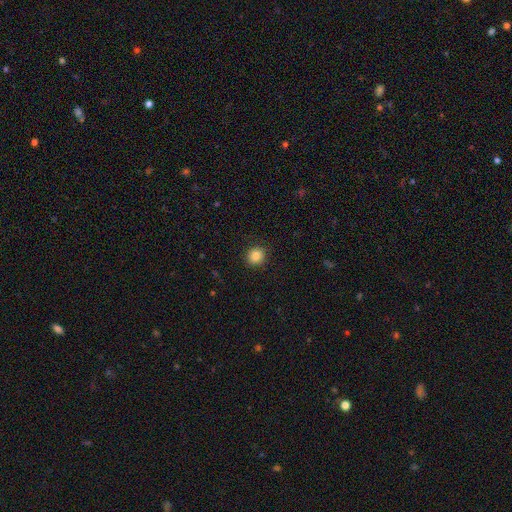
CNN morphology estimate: Q: Smooth or featured?
A: smooth (86%); runner-up: star or artifact (10%)
Q: How rounded?
A: round (85%); runner-up: in between (15%)
Q: Merging?
A: none (90%); runner-up: minor disturbance (7%)